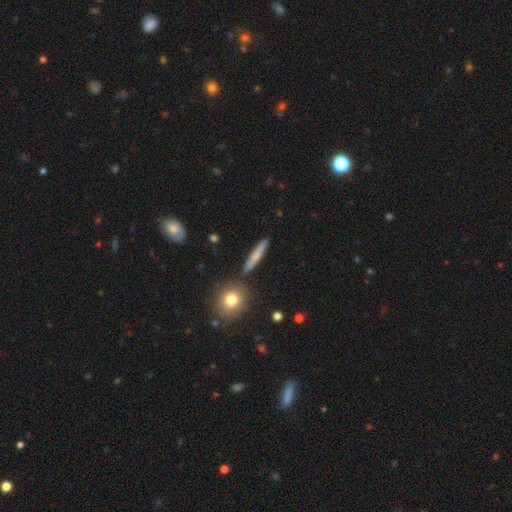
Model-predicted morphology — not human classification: smooth_or_featured: smooth (p=0.70) [alt: featured or disk p=0.23]
how_rounded: cigar-shaped (p=0.90) [alt: in between p=0.07]
merging: none (p=0.88) [alt: minor disturbance p=0.07]